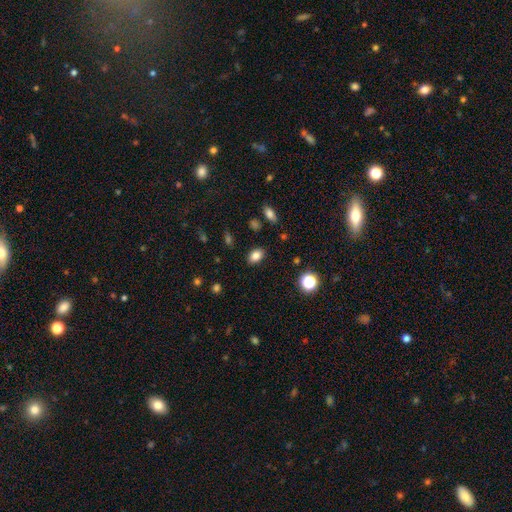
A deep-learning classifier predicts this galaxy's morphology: This appears to be a smooth galaxy with no disk features (82%) that is in between round and cigar-shaped (82%). Merging: none (86%).